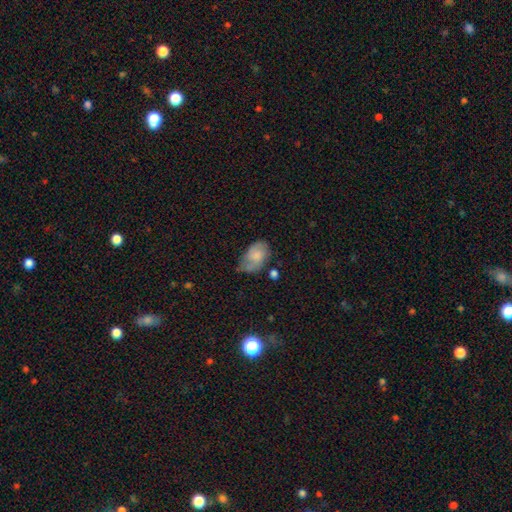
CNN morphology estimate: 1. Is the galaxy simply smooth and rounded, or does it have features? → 70% smooth, 22% featured or disk, 7% star or artifact.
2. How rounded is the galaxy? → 90% in between, 8% round, 2% cigar-shaped.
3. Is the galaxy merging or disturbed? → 41% none, 40% minor disturbance, 14% major disturbance, 5% merger.